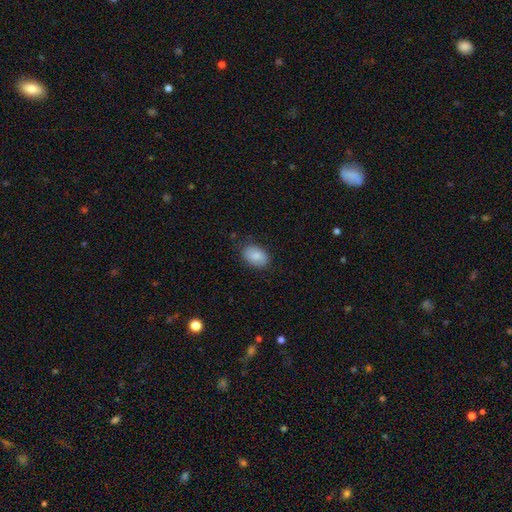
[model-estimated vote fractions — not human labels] Smooth or featured? smooth (84%)
How rounded? in between (86%)
Merging? none (81%)